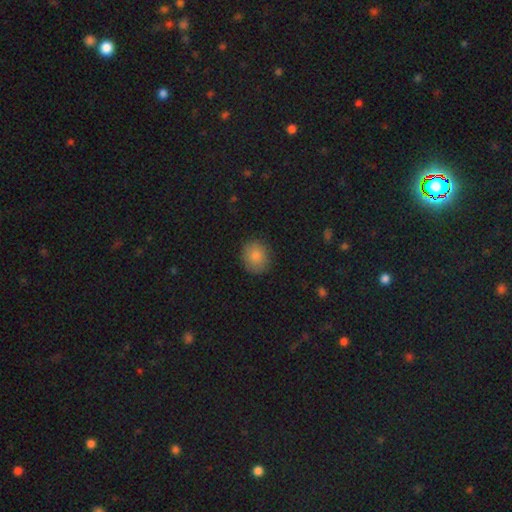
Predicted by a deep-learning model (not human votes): Q: Smooth or featured?
A: smooth (84%); runner-up: star or artifact (9%)
Q: How rounded?
A: round (77%); runner-up: in between (22%)
Q: Merging?
A: none (86%); runner-up: minor disturbance (11%)